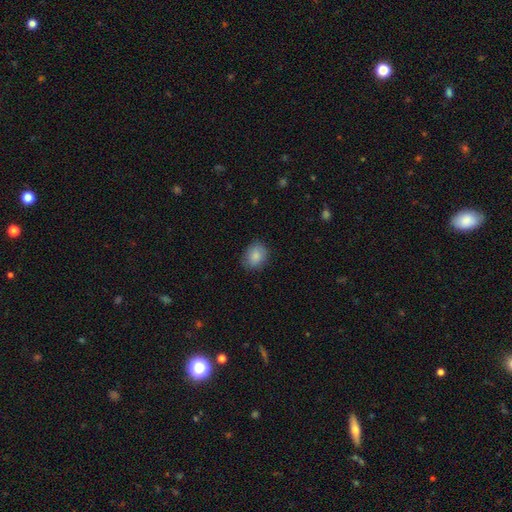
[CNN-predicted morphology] smooth-or-featured: smooth: 86% | star or artifact: 8% | featured or disk: 6%
  how-rounded: round: 59% | in between: 40% | cigar-shaped: 1%
  merging: none: 83% | minor disturbance: 13% | major disturbance: 3% | merger: 1%